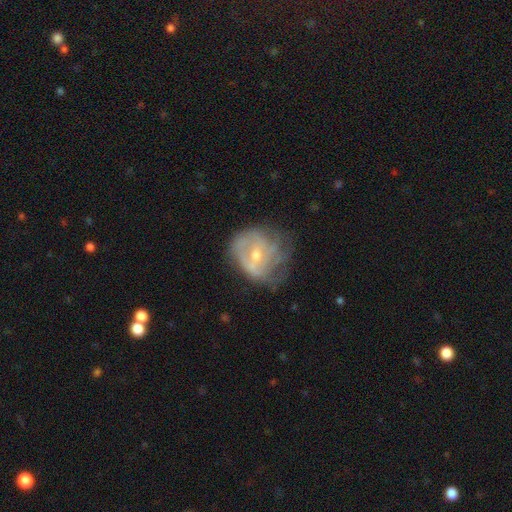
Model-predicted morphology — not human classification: smooth-or-featured: featured or disk: 68% | smooth: 24% | star or artifact: 8%
  disk-edge-on: no: 97% | yes: 3%
    bar: no: 46% | weak: 44% | strong: 10%
    has-spiral-arms: yes: 64% | no: 36%
    bulge-size: small: 51% | moderate: 44% | none: 3% | large: 2% | dominant: 1%
  merging: none: 46% | minor disturbance: 29% | major disturbance: 23% | merger: 2%